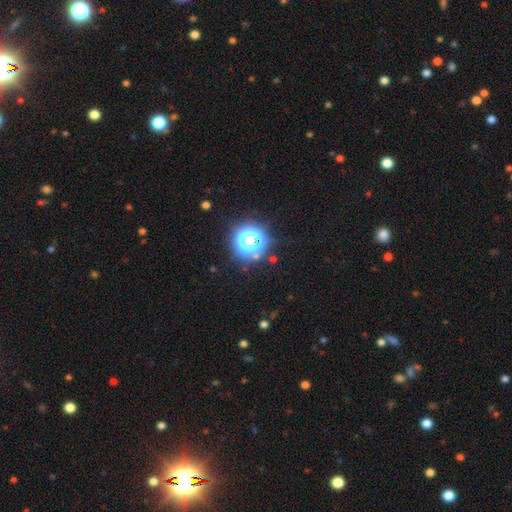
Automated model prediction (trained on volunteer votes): This is likely a star or artifact rather than a galaxy (74%).